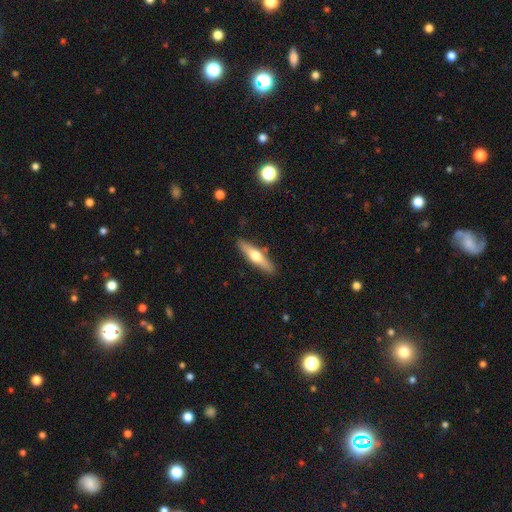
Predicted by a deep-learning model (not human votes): Smooth or featured? featured or disk (47%, tied with smooth)
Merging? none (87%)